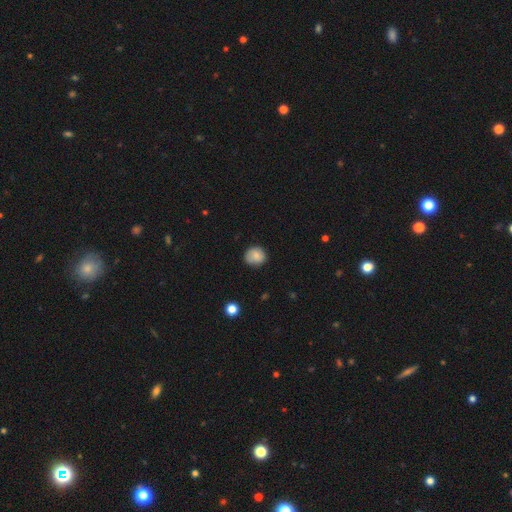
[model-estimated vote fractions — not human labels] Smooth or featured: smooth — 82% (featured or disk — 9%)
How rounded: round — 82% (in between — 17%)
Merging: none — 80% (minor disturbance — 16%)